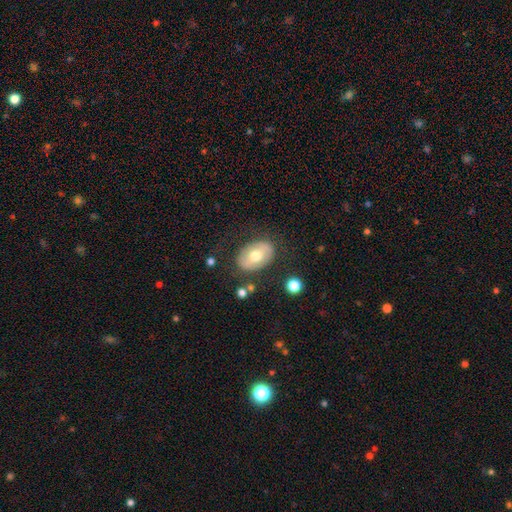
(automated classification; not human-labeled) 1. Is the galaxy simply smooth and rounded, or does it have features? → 55% smooth, 38% featured or disk, 7% star or artifact.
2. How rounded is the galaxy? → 84% in between, 15% round, 1% cigar-shaped.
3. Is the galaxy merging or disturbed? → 78% none, 14% minor disturbance, 6% major disturbance, 2% merger.